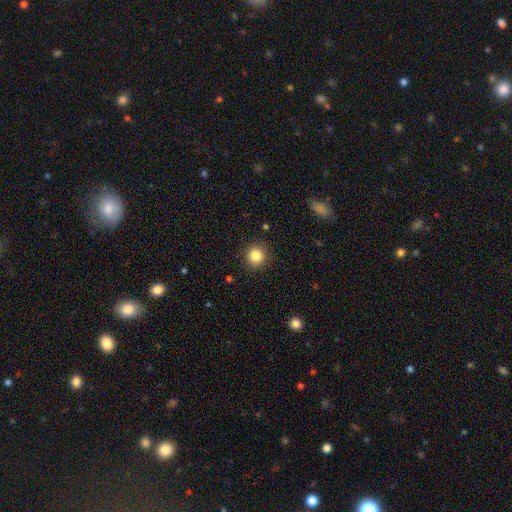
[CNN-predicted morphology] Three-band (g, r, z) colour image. It shows a smooth galaxy with no disk features (84%) that is round (92%). Merging: none (90%).